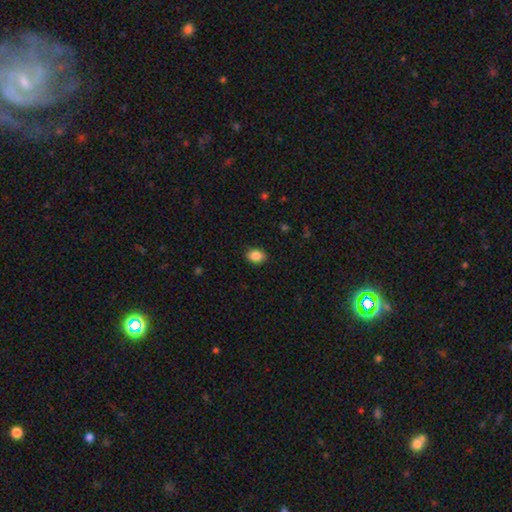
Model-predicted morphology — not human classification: smooth_or_featured: smooth (p=0.88) [alt: star or artifact p=0.08]
how_rounded: in between (p=0.75) [alt: round p=0.24]
merging: none (p=0.87) [alt: minor disturbance p=0.10]